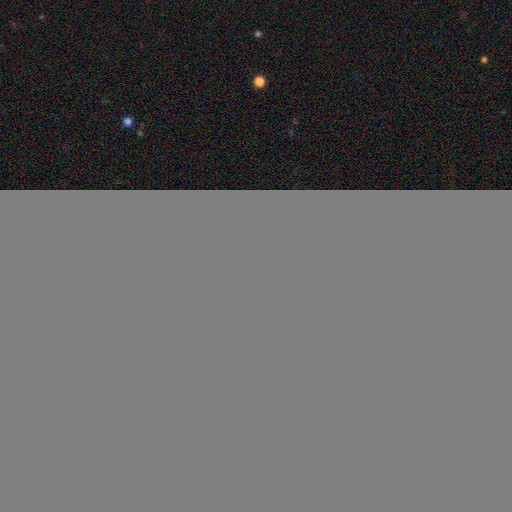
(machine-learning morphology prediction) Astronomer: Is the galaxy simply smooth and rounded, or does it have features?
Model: smooth — 50% (runner-up: featured or disk, 40%).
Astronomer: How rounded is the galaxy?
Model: in between — 52% (runner-up: round, 46%).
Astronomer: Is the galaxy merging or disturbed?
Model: none — 58%.